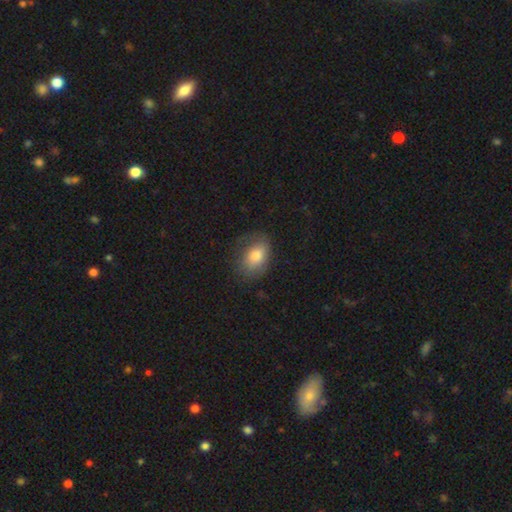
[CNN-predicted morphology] Overall: smooth (76%). How rounded: in between (78%). Merging: none (64%).